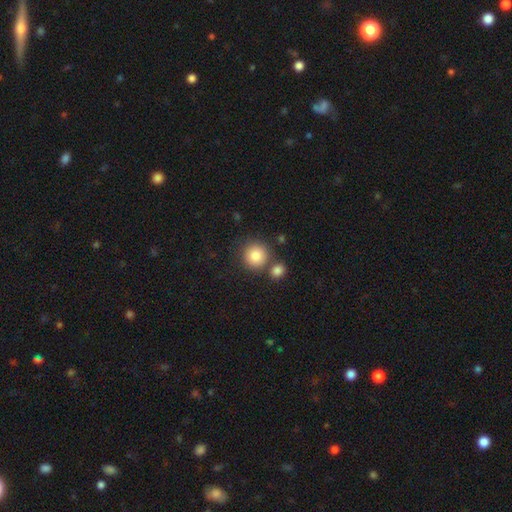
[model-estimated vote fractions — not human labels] A smooth galaxy with no disk features (86%) that is round (92%).

Vote fractions:
- Smooth or featured? smooth: 86% / star or artifact: 9% / featured or disk: 6%
- How rounded? round: 92% / in between: 7% / cigar-shaped: 1%
- Merging? none: 70% / merger: 18% / minor disturbance: 9% / major disturbance: 3%